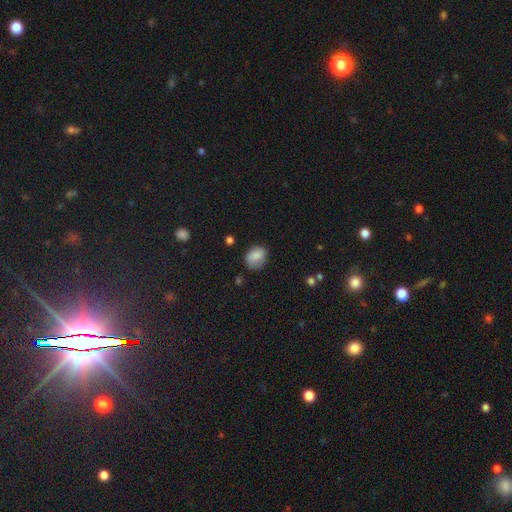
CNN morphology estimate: Overall: smooth (80%). How rounded: in between (52%; round 47%). Merging: none (66%).